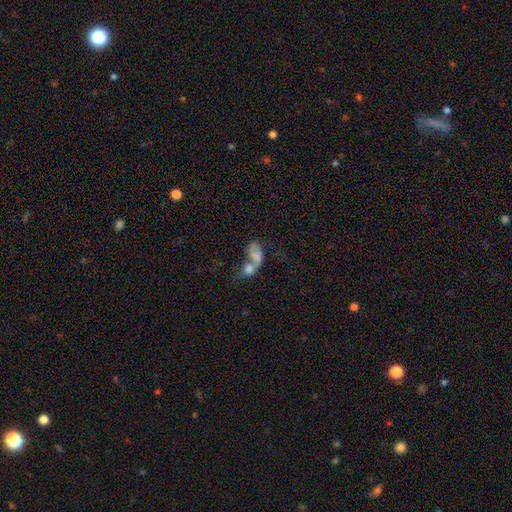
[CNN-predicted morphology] A smooth galaxy with no disk features (62%) that is in between round and cigar-shaped (82%). Merging: merger (76%).